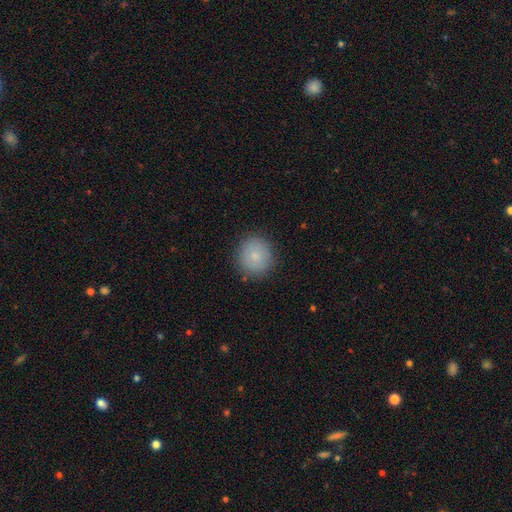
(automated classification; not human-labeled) A smooth galaxy with no disk features (82%) that is round (89%). Merging: none (88%).